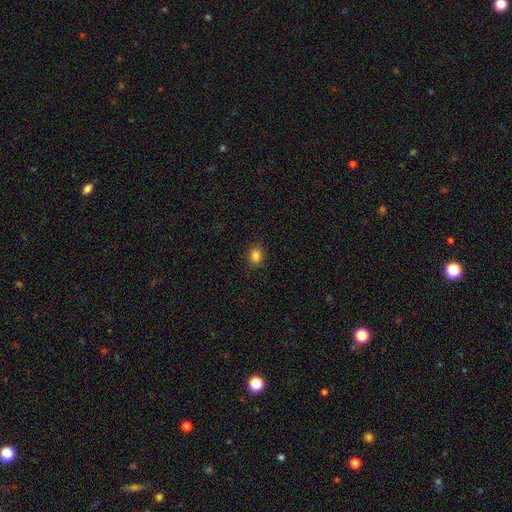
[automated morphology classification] Q: Smooth or featured?
A: smooth (84%); runner-up: star or artifact (11%)
Q: How rounded?
A: round (54%); runner-up: in between (44%)
Q: Merging?
A: none (88%); runner-up: minor disturbance (9%)